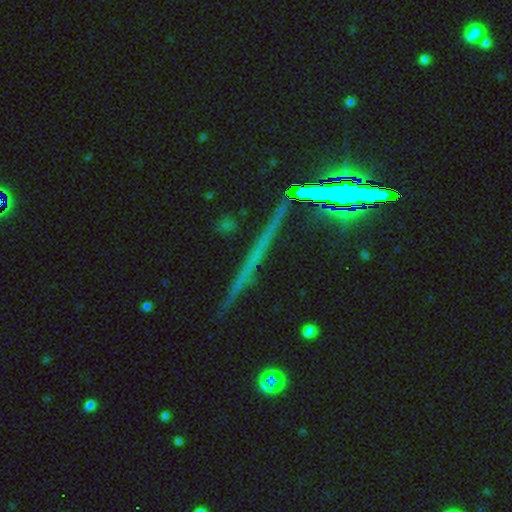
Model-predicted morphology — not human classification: type=featured or disk (43%); merging=none (83%).